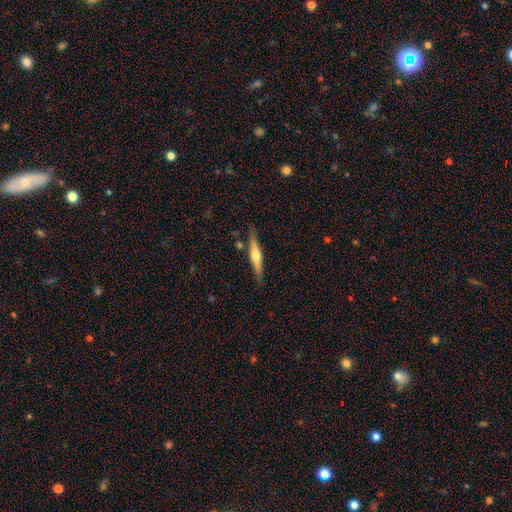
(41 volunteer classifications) Smooth or featured? featured or disk (71%)
Edge-on disk? yes (100%)
Edge-on bulge? rounded (86%)
Merging? none (90%)